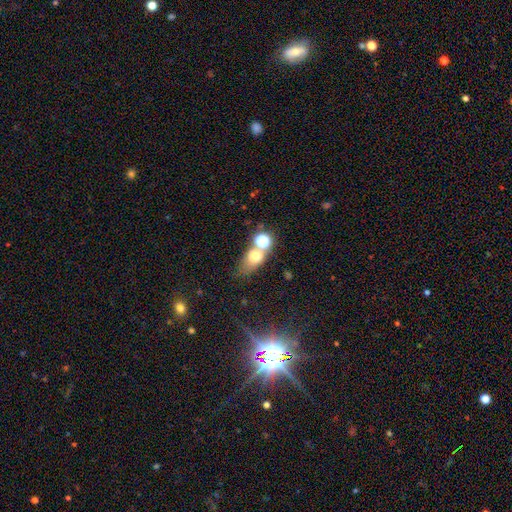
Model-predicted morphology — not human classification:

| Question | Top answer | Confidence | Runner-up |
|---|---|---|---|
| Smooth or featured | smooth | 65% | star or artifact (18%) |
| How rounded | in between | 59% | round (37%) |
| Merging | none | 43% | merger (35%) |